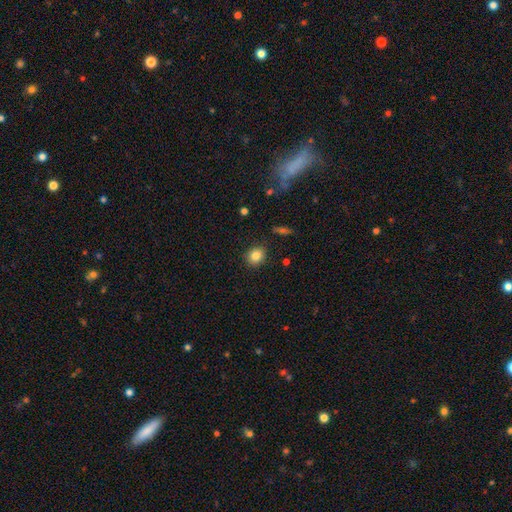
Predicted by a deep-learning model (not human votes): The model was most divided on "how rounded": round: 69%, in between: 30%, cigar-shaped: 1%. More confident: merging — none (88%); smooth or featured — smooth (83%).